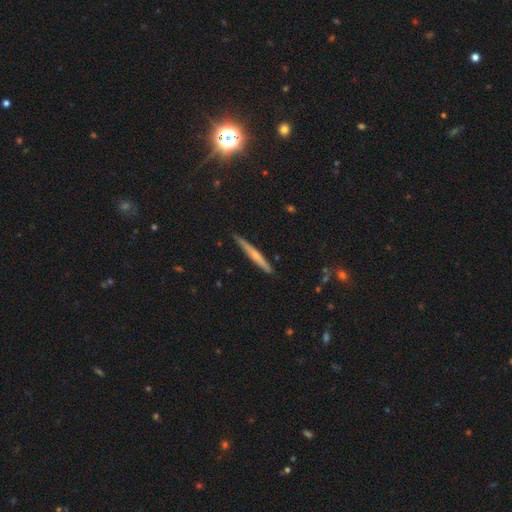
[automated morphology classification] type=featured or disk (57%); edge-on=yes (96%); edge-on bulge=rounded (64%); merging=none (85%).